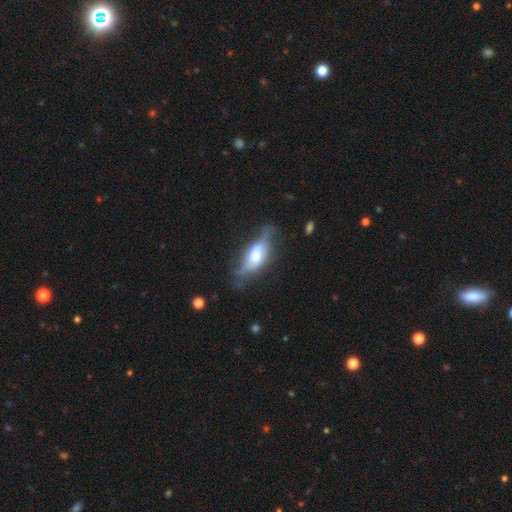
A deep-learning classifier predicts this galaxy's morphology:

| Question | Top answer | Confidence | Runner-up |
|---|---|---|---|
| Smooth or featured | featured or disk | 55% | smooth (38%) |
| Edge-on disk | yes | 53% | no (47%) |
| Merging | none | 49% | minor disturbance (31%) |